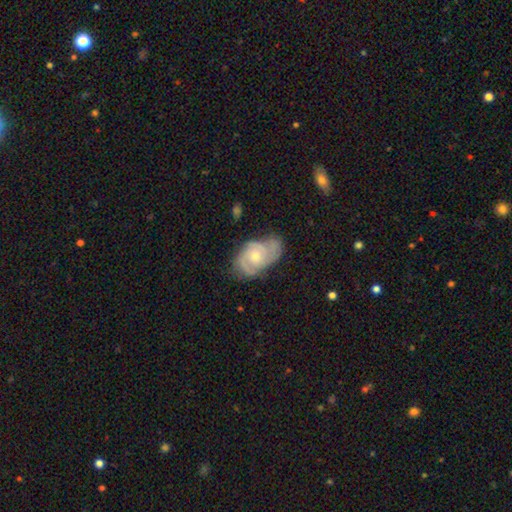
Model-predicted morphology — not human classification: featured or disk 76%, smooth 19%, star or artifact 5%. Down the decision tree: edge-on disk — no (97%); bar — no (73%); spiral arms — yes (92%); spiral arm count — 2 (46%); spiral winding — tight (48%); bulge size — moderate (52%); merging — none (57%).